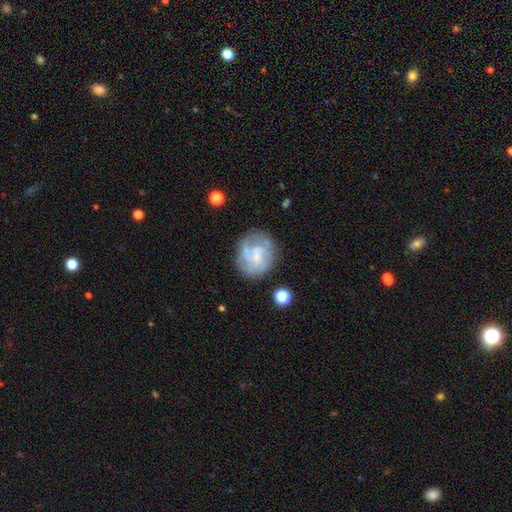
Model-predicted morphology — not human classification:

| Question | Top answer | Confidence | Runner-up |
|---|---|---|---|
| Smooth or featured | featured or disk | 69% | smooth (24%) |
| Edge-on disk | no | 98% | yes (2%) |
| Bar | no | 58% | weak (36%) |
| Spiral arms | yes | 83% | no (17%) |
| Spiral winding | tight | 46% | medium (39%) |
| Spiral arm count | can't tell | 38% | 3 (24%) |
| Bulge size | small | 55% | none (21%) |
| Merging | none | 68% | minor disturbance (18%) |